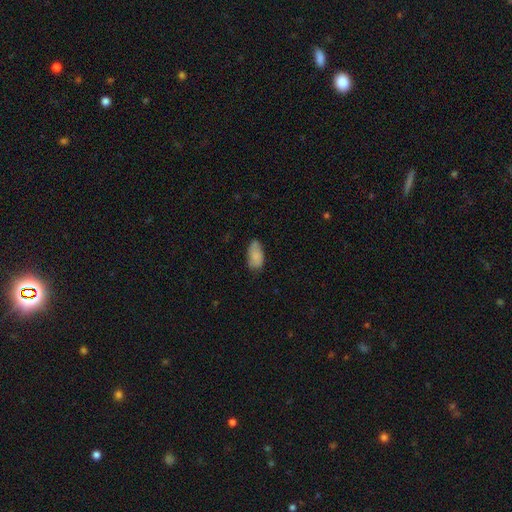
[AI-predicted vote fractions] Morphology: type=smooth (85%); roundness=in between (93%); merging=none (65%).